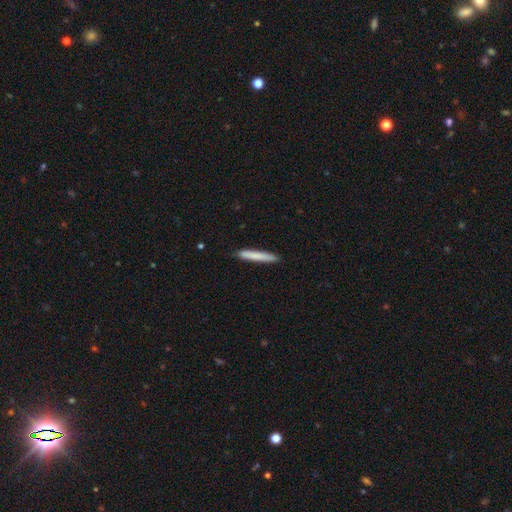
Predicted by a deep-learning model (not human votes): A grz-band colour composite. It shows a smooth galaxy with no disk features (78%) that is cigar-shaped (95%). Merging: none (89%).